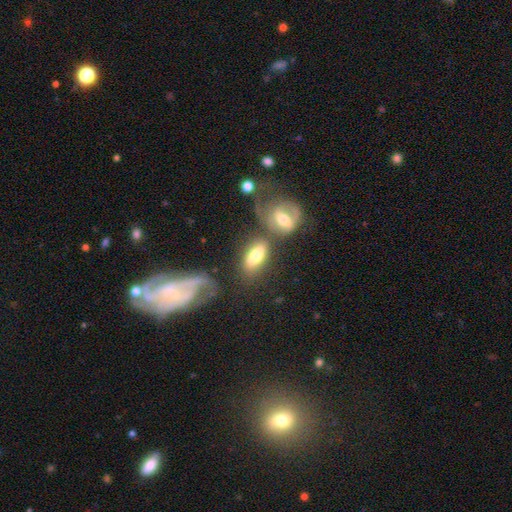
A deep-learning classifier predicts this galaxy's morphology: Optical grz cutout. It shows a smooth galaxy with no disk features (71%) that is in between round and cigar-shaped (84%). Merging: none (48%).